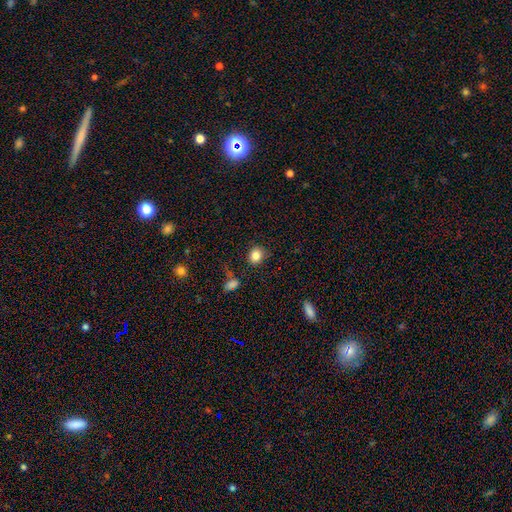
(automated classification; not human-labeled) Overall: smooth (84%). How rounded: round (72%). Merging: none (82%).